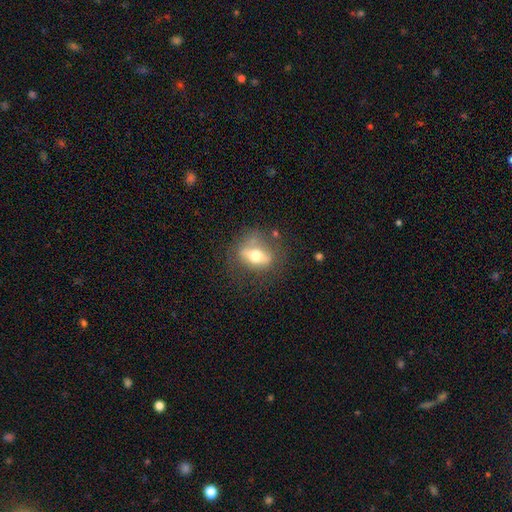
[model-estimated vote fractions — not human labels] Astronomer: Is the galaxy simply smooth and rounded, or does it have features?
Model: smooth — 50% (runner-up: featured or disk, 41%).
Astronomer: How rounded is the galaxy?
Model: in between — 65%.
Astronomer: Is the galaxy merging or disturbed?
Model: none — 64%.